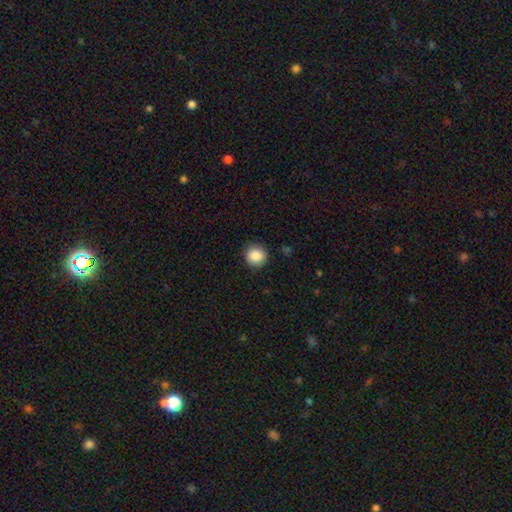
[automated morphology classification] Smooth or featured? Predicted: smooth (p=0.88). How rounded? Predicted: round (p=0.92). Merging? Predicted: none (p=0.87).